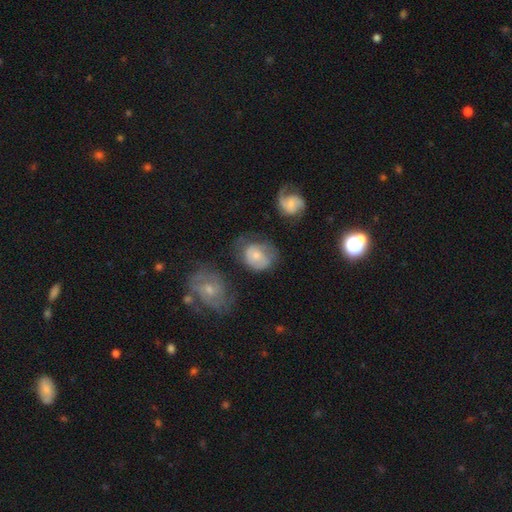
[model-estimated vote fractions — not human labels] Overall: smooth (55%; featured or disk 37%). How rounded: round (52%; in between 48%). Merging: none (40%; minor disturbance 29%).